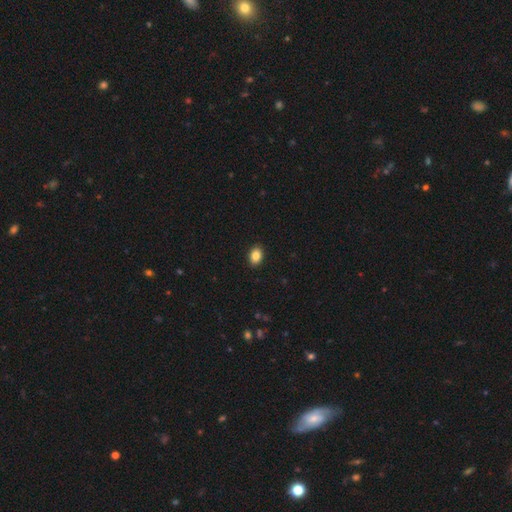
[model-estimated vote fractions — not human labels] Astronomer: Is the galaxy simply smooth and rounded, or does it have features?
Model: smooth — 85%.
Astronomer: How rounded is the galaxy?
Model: in between — 80%.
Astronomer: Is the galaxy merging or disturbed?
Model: none — 91%.